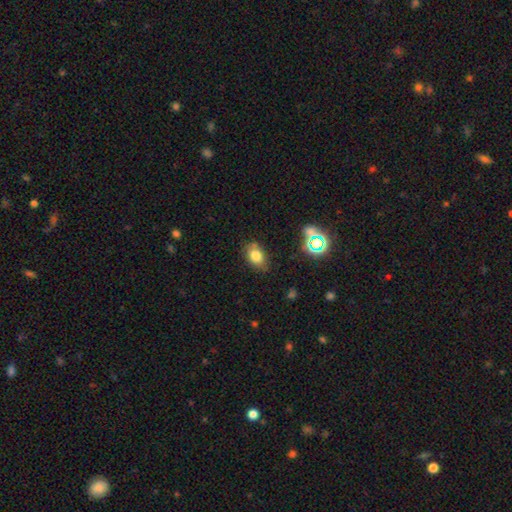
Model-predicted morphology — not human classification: type=smooth (76%); roundness=in between (77%); merging=none (73%).